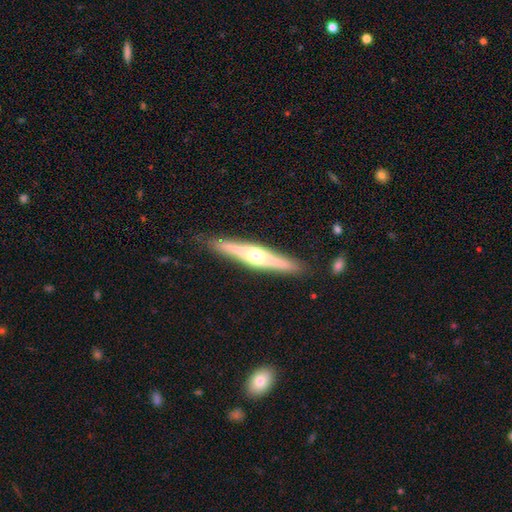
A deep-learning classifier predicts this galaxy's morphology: Smooth or featured: featured or disk — 73% (smooth — 21%)
Edge-on disk: yes — 97% (no — 3%)
Edge-on bulge: rounded — 90% (boxy — 7%)
Merging: none — 88% (minor disturbance — 9%)